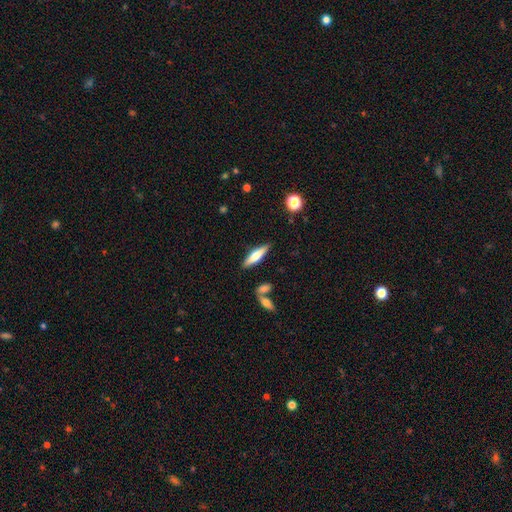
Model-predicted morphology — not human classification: Smooth or featured: smooth — 51% (featured or disk — 42%)
How rounded: cigar-shaped — 71% (in between — 27%)
Merging: none — 84% (minor disturbance — 9%)